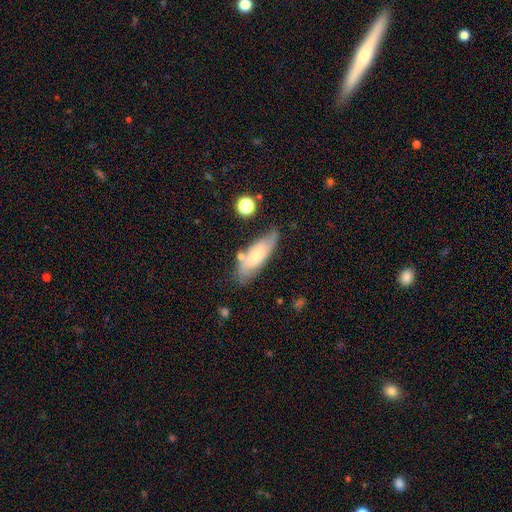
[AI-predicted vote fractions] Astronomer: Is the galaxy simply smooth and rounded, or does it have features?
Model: smooth — 58% (runner-up: featured or disk, 35%).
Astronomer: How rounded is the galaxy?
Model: in between — 62%.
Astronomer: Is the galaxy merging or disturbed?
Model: none — 66%.